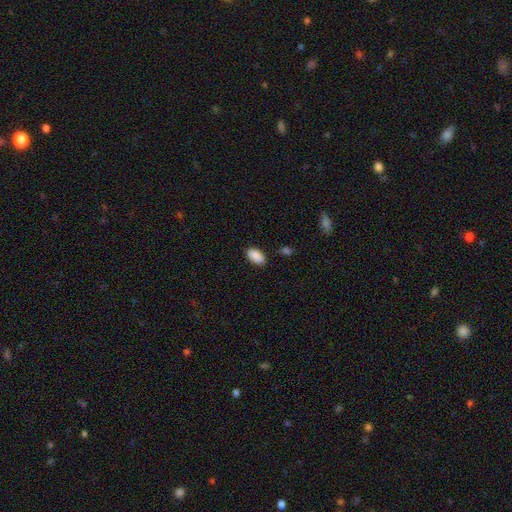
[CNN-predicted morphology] smooth_or_featured: smooth (p=0.90) [alt: star or artifact p=0.07]
how_rounded: in between (p=0.94) [alt: round p=0.04]
merging: none (p=0.84) [alt: minor disturbance p=0.12]